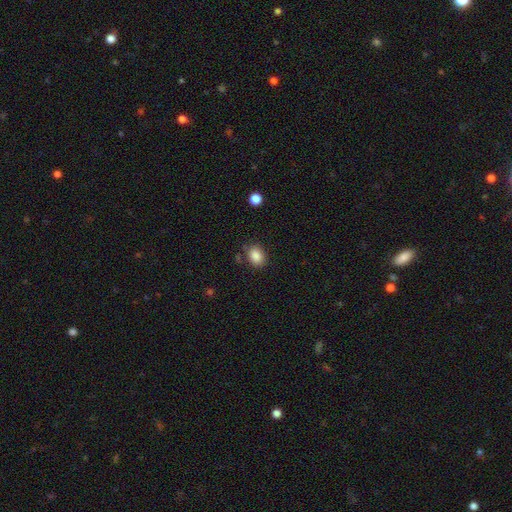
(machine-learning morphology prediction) Smooth or featured? smooth (86%)
How rounded? in between (64%)
Merging? none (78%)